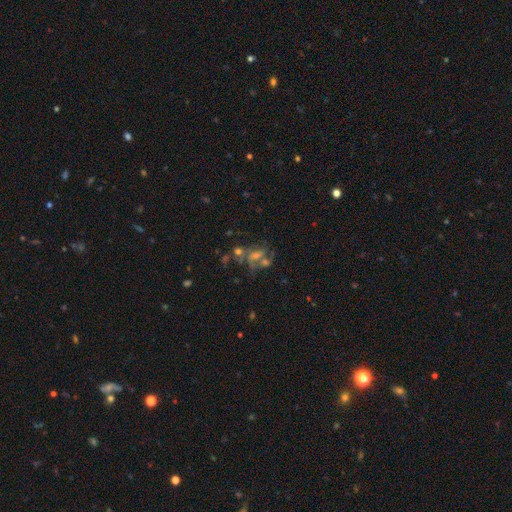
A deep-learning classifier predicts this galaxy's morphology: This is possibly a featured or disk galaxy (49%). Merging: marginally none (38%).